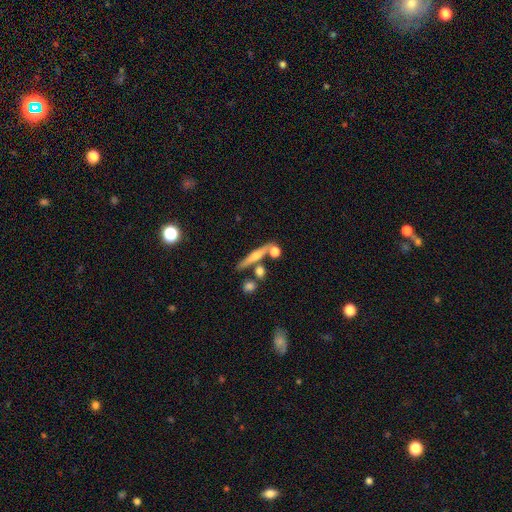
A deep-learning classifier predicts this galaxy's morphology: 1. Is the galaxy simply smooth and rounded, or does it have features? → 59% featured or disk, 32% smooth, 9% star or artifact.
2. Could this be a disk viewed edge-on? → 94% yes, 6% no.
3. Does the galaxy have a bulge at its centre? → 82% rounded, 12% none, 6% boxy.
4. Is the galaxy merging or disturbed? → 74% none, 13% merger, 10% minor disturbance, 3% major disturbance.